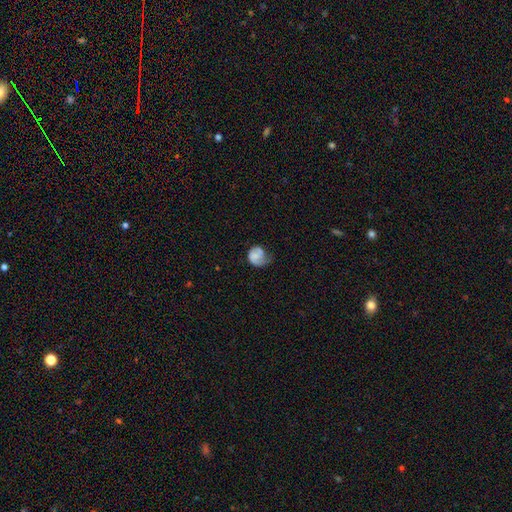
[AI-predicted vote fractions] The model was most divided on "merging": none: 35%, minor disturbance: 33%, major disturbance: 29%, merger: 3%. More confident: how rounded — round (66%); smooth or featured — smooth (51%).